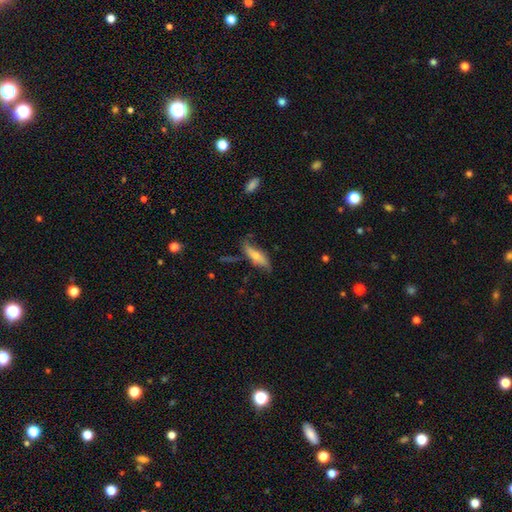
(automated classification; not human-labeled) featured or disk 52%, smooth 40%, star or artifact 8%. Down the decision tree: edge-on disk — no (61%); merging — none (58%).